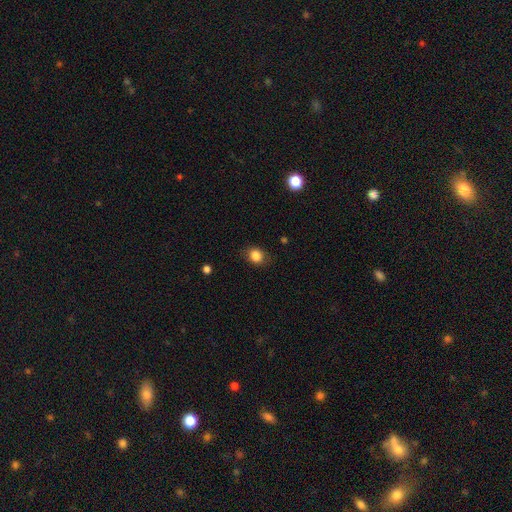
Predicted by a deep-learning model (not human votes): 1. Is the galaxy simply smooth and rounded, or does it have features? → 84% smooth, 10% star or artifact, 5% featured or disk.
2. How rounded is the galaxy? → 59% round, 40% in between, 1% cigar-shaped.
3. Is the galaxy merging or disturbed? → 80% none, 15% minor disturbance, 4% major disturbance, 1% merger.